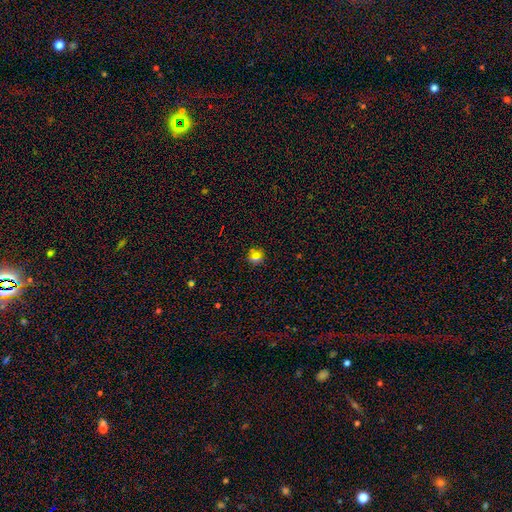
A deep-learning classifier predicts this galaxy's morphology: Smooth or featured? smooth (68%)
How rounded? round (91%)
Merging? none (85%)